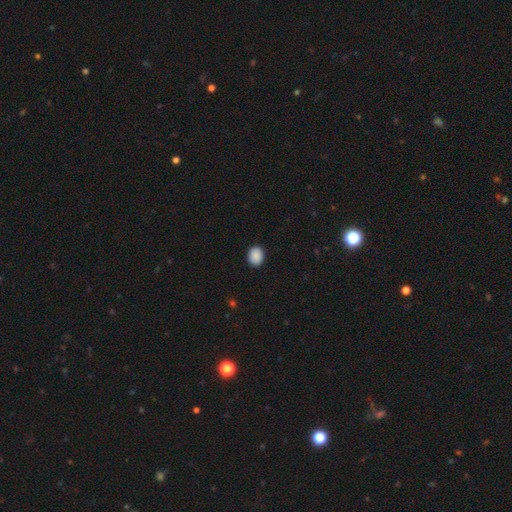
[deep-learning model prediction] Smooth or featured?
  - smooth: 89% *
  - star or artifact: 8%
  - featured or disk: 3%
How rounded?
  - in between: 50% *
  - round: 49%
  - cigar-shaped: 1%
Merging?
  - none: 89% *
  - minor disturbance: 8%
  - major disturbance: 2%
  - merger: 1%